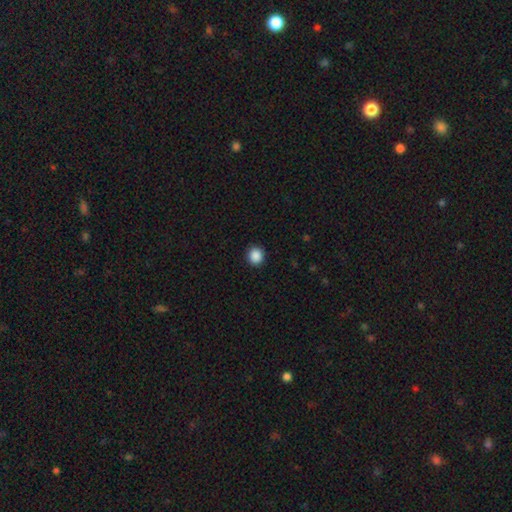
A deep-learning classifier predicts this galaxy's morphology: A smooth galaxy with no disk features (88%) that is round (90%).

Vote fractions:
- Smooth or featured? smooth: 88% / star or artifact: 9% / featured or disk: 2%
- How rounded? round: 90% / in between: 10% / cigar-shaped: 1%
- Merging? none: 92% / minor disturbance: 5% / major disturbance: 2% / merger: 1%